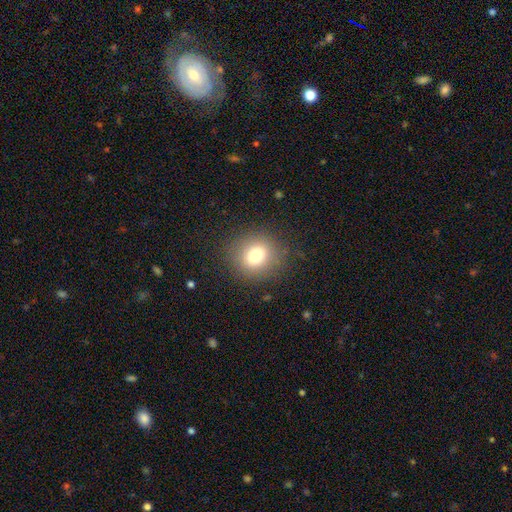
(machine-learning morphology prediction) This is likely a smooth galaxy (76%). How rounded: clearly round (83%). Merging: clearly none (86%).